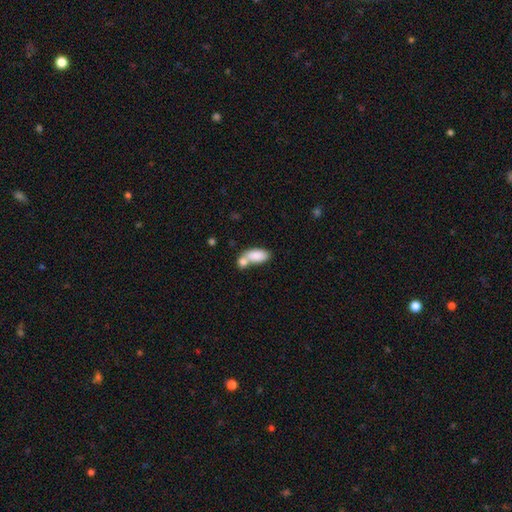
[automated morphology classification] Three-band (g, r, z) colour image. It shows a smooth galaxy with no disk features (83%) that is in between round and cigar-shaped (89%). Merging: merger (53%).